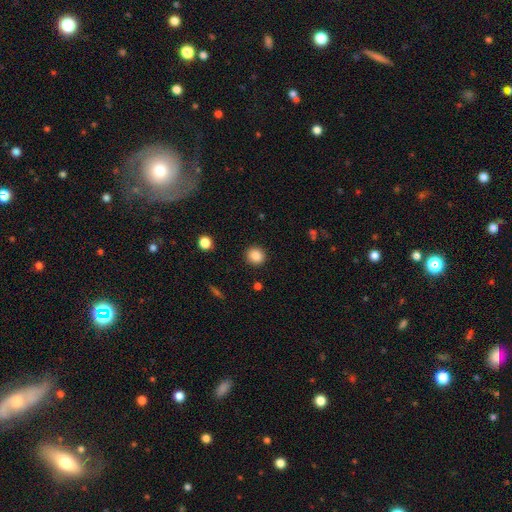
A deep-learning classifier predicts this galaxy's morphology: This appears to be a smooth galaxy with no disk features (87%) that is round (89%). Merging: none (91%).